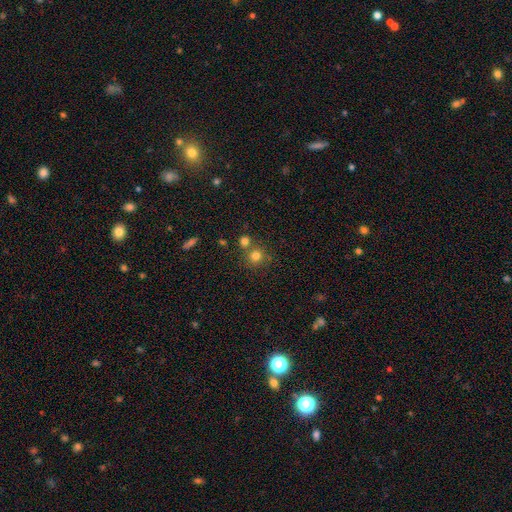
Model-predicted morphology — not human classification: Q: Smooth or featured?
A: smooth (78%); runner-up: star or artifact (14%)
Q: How rounded?
A: round (91%); runner-up: in between (8%)
Q: Merging?
A: none (66%); runner-up: merger (23%)